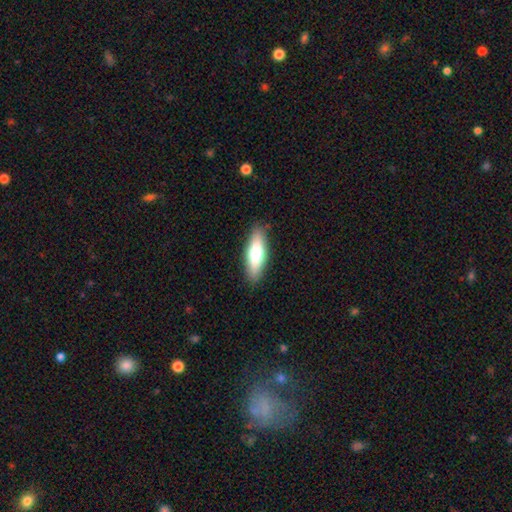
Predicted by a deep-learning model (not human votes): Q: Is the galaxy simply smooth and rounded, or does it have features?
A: smooth — 62%.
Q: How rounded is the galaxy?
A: cigar-shaped — 52%.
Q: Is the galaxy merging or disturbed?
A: none — 89%.